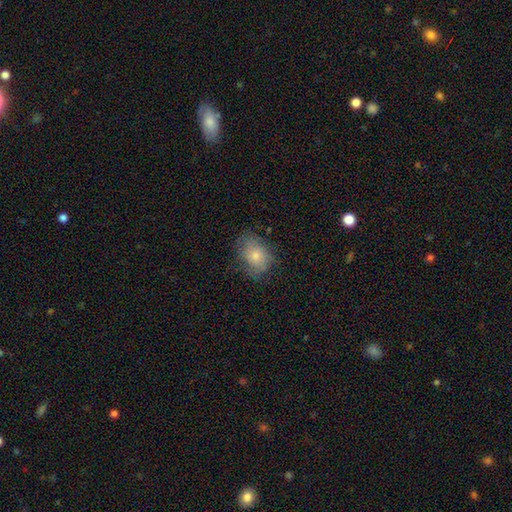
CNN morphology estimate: The model was most divided on "how rounded": in between: 67%, round: 32%, cigar-shaped: 1%. More confident: smooth or featured — smooth (70%); merging — none (63%).